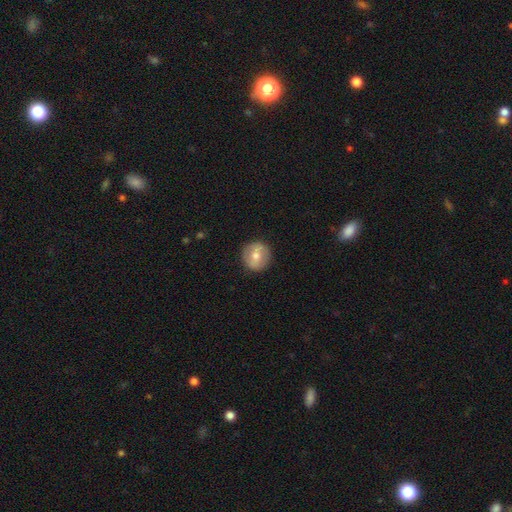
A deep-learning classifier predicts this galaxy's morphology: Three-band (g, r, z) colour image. It shows a smooth galaxy with no disk features (53%) that is round (93%). Merging: none (89%).